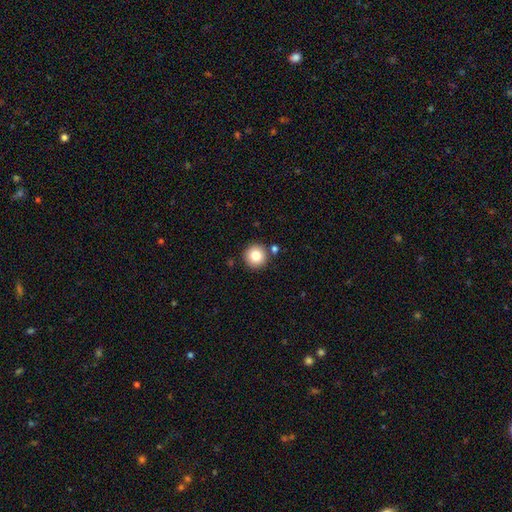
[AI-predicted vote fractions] A smooth galaxy with no disk features (82%) that is round (96%). Merging: none (86%).